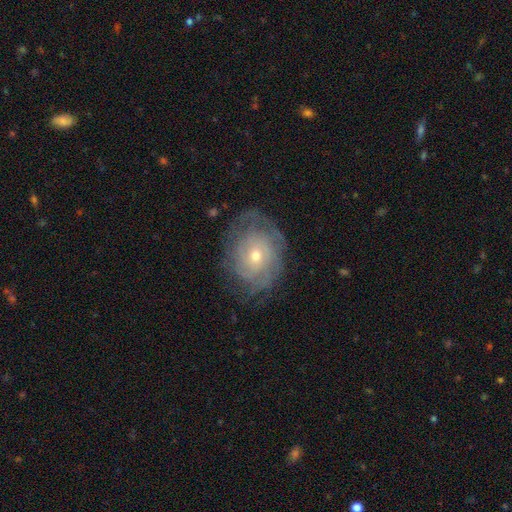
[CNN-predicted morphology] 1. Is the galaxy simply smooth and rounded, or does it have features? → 75% featured or disk, 18% smooth, 8% star or artifact.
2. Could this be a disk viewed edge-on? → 96% no, 4% yes.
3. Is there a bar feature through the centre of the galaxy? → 80% no, 17% weak, 3% strong.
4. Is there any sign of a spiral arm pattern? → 86% yes, 14% no.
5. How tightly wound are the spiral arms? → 71% tight, 22% medium, 7% loose.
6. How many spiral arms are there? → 53% can't tell, 16% 2, 12% 3, 9% 4, 5% more than 4, 5% 1.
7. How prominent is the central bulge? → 53% small, 44% moderate, 2% large, 1% none, 1% dominant.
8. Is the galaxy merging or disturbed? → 71% none, 19% minor disturbance, 9% major disturbance, 1% merger.